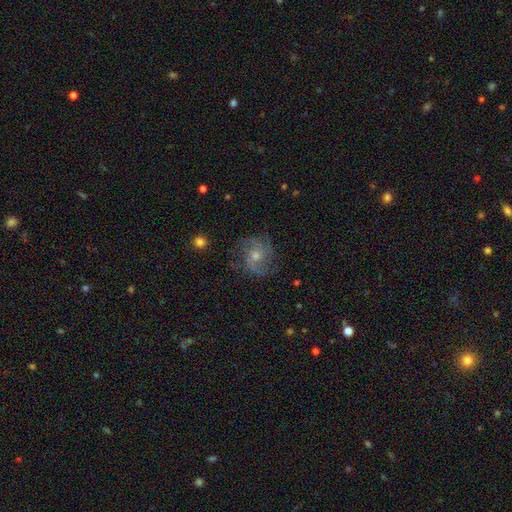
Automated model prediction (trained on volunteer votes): Smooth or featured?
  - featured or disk: 72% *
  - smooth: 19%
  - star or artifact: 10%
Edge-on disk?
  - no: 97% *
  - yes: 3%
Bar?
  - no: 72% *
  - weak: 24%
  - strong: 4%
Spiral arms?
  - yes: 91% *
  - no: 9%
Spiral winding?
  - medium: 50% *
  - loose: 26%
  - tight: 24%
Spiral arm count?
  - 2: 46% *
  - 3: 22%
  - can't tell: 18%
  - 4: 5%
  - 1: 5%
  - more than 4: 4%
Bulge size?
  - moderate: 60% *
  - small: 34%
  - large: 3%
  - none: 2%
  - dominant: 1%
Merging?
  - none: 70% *
  - minor disturbance: 18%
  - major disturbance: 10%
  - merger: 1%